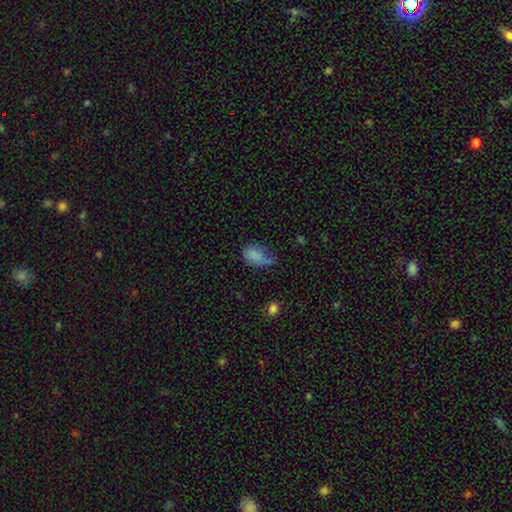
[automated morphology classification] smooth 81%, star or artifact 11%, featured or disk 8%. Down the decision tree: how rounded — in between (89%); merging — minor disturbance (39%).